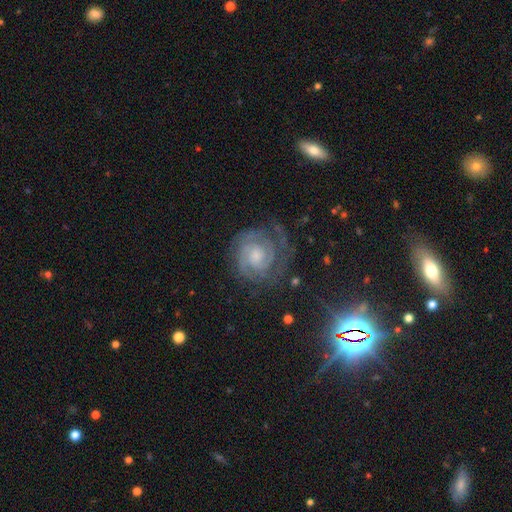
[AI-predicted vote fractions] Smooth or featured? Predicted: featured or disk (p=0.84). Edge-on disk? Predicted: no (p=0.98). Bar? Predicted: no (p=0.63). Spiral arms? Predicted: yes (p=0.97). Spiral winding? Predicted: tight (p=0.72). Spiral arm count? Predicted: 2 (p=0.53). Bulge size? Predicted: small (p=0.50). Merging? Predicted: none (p=0.69).